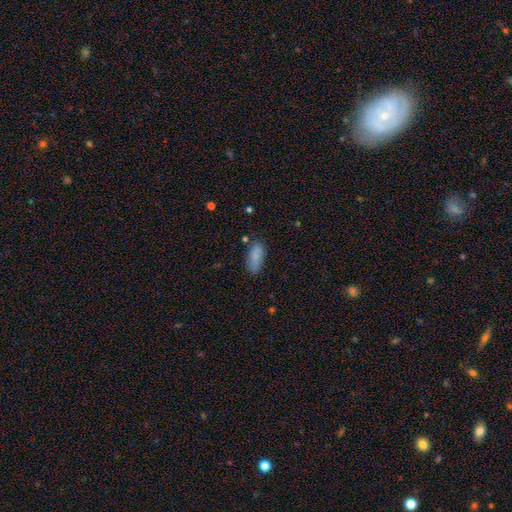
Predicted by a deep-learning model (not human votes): Smooth or featured?
  - smooth: 83% *
  - featured or disk: 9%
  - star or artifact: 8%
How rounded?
  - in between: 89% *
  - cigar-shaped: 8%
  - round: 2%
Merging?
  - none: 73% *
  - minor disturbance: 19%
  - major disturbance: 5%
  - merger: 3%